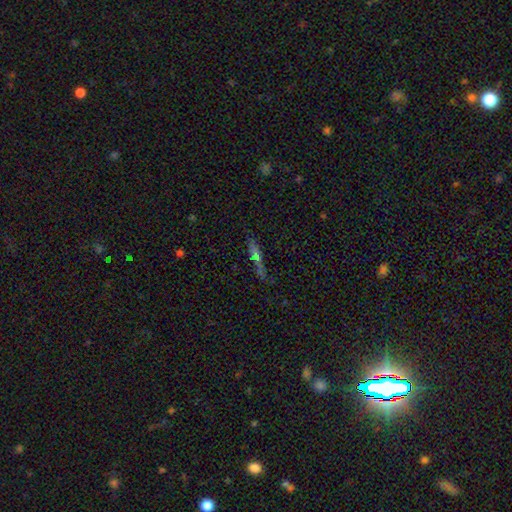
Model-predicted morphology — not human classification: smooth 47%, featured or disk 39%, star or artifact 14%. Down the decision tree: merging — none (80%).